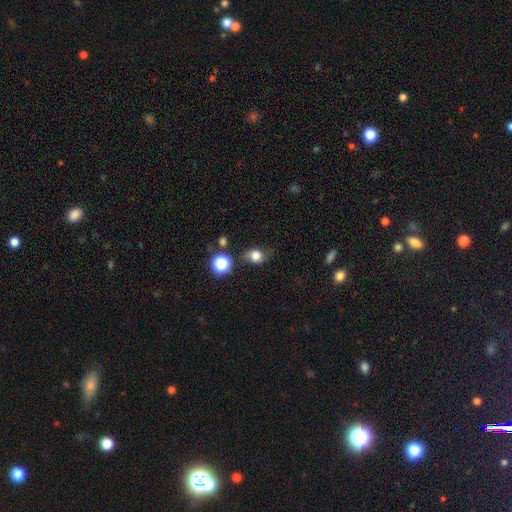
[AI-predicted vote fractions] A smooth galaxy with no disk features (74%) that is round (53%).

Vote fractions:
- Smooth or featured? smooth: 74% / star or artifact: 14% / featured or disk: 12%
- How rounded? round: 53% / in between: 45% / cigar-shaped: 2%
- Merging? none: 61% / minor disturbance: 25% / major disturbance: 9% / merger: 5%